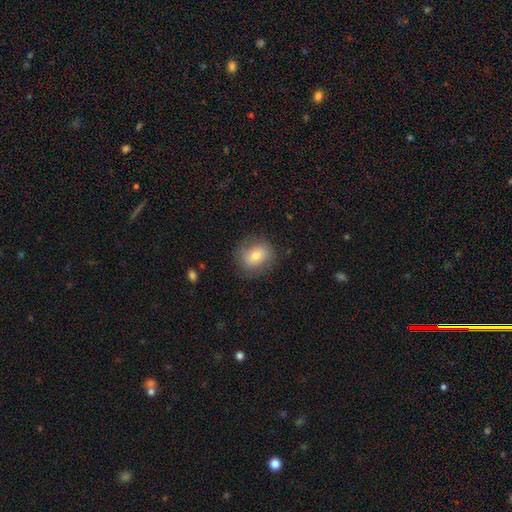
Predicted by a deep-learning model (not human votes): This is likely a smooth galaxy (71%). How rounded: likely round (63%). Merging: likely none (80%).